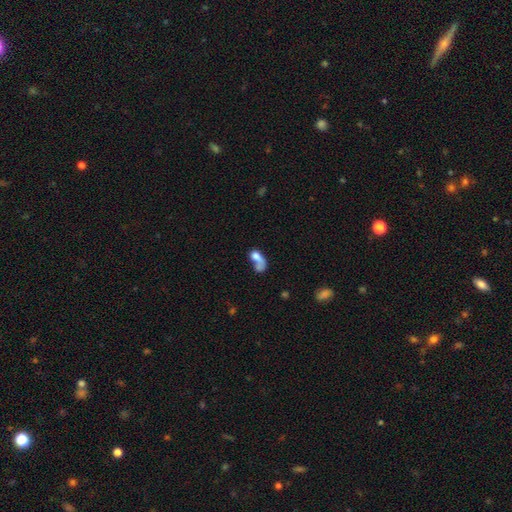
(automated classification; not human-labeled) A smooth galaxy with no disk features (63%) that is in between round and cigar-shaped (72%).

Vote fractions:
- Smooth or featured? smooth: 63% / featured or disk: 26% / star or artifact: 11%
- How rounded? in between: 72% / round: 20% / cigar-shaped: 8%
- Merging? merger: 45% / major disturbance: 25% / none: 19% / minor disturbance: 10%